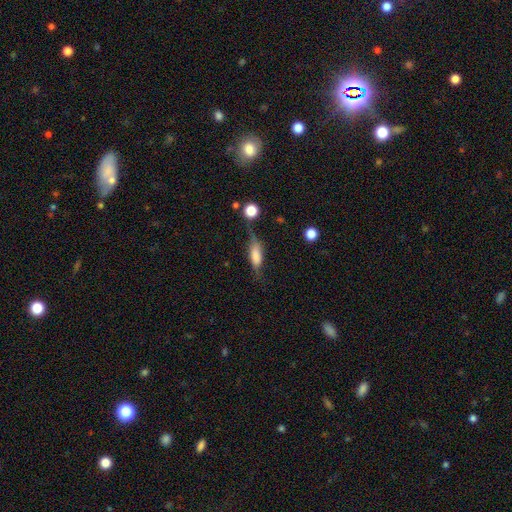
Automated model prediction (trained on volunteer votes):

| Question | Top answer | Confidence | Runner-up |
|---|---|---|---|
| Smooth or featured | smooth | 55% | featured or disk (36%) |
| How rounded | in between | 56% | cigar-shaped (39%) |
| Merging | none | 48% | minor disturbance (29%) |